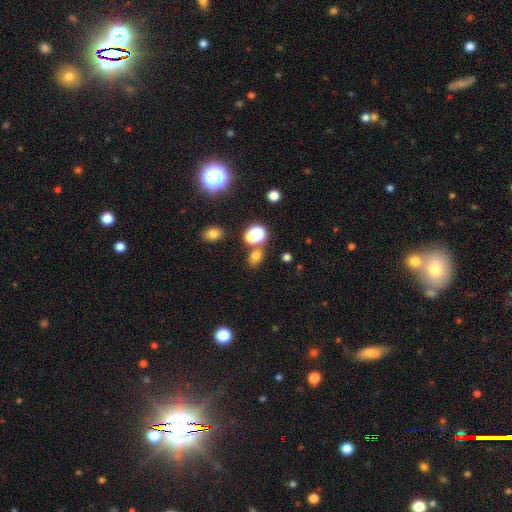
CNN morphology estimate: This appears to be a smooth galaxy with no disk features (69%) that is in between round and cigar-shaped (65%). Merging: none (70%).